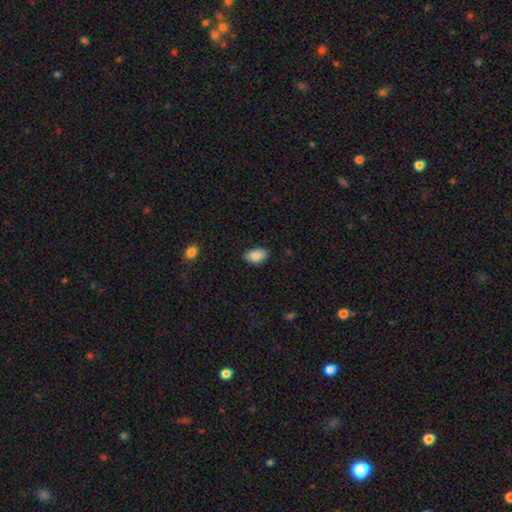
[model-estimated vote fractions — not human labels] This is clearly a smooth galaxy (87%). How rounded: clearly in between (91%). Merging: clearly none (81%).